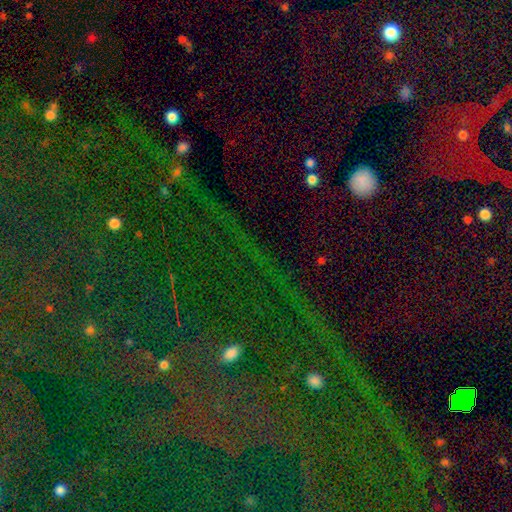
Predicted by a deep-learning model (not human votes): The model was most divided on "smooth or featured": star or artifact: 75%, smooth: 14%, featured or disk: 10%.